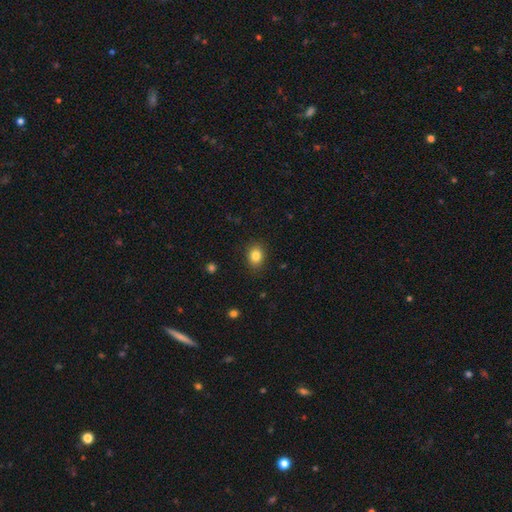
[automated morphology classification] A smooth galaxy with no disk features (84%) that is in between round and cigar-shaped (51%). Merging: none (87%).